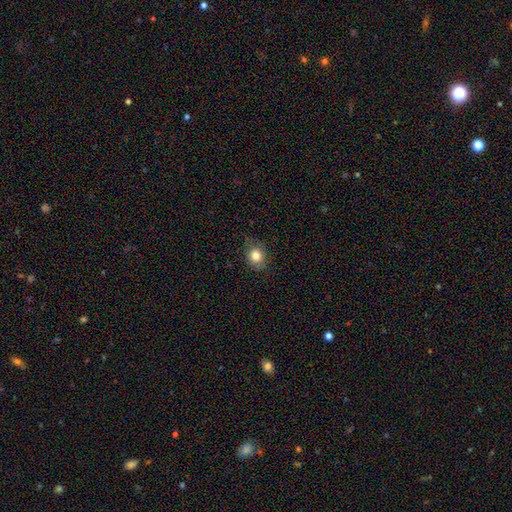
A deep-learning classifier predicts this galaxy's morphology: smooth 82%, star or artifact 11%, featured or disk 7%. Down the decision tree: how rounded — round (69%); merging — none (81%).